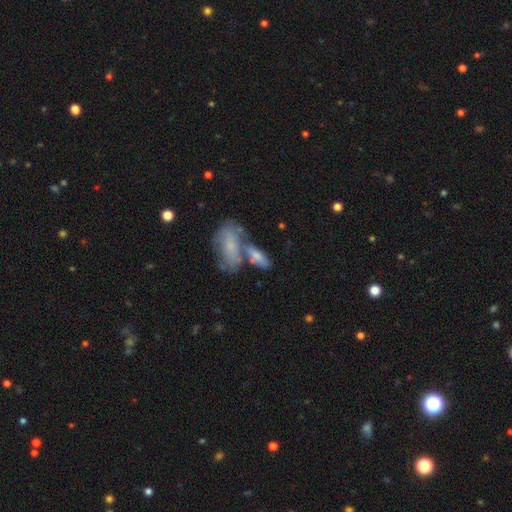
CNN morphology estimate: This appears to be a smooth galaxy with no disk features (57%) that is in between round and cigar-shaped (76%). Merging: merger (44%).